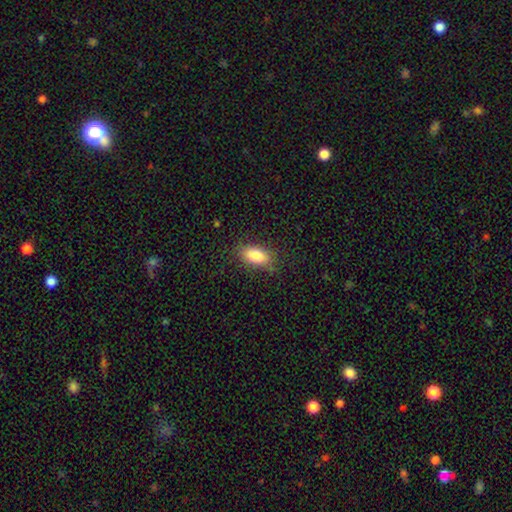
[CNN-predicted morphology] Smooth or featured?
  - smooth: 82% *
  - featured or disk: 9%
  - star or artifact: 8%
How rounded?
  - in between: 88% *
  - cigar-shaped: 8%
  - round: 4%
Merging?
  - none: 82% *
  - minor disturbance: 13%
  - major disturbance: 4%
  - merger: 1%